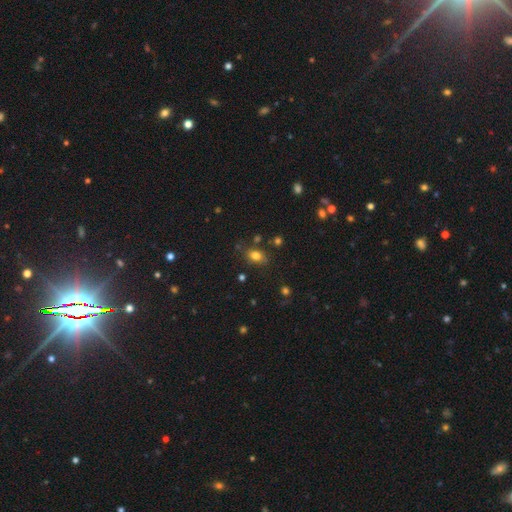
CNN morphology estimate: smooth-or-featured: smooth: 78% | star or artifact: 14% | featured or disk: 8%
  how-rounded: in between: 70% | round: 28% | cigar-shaped: 2%
  merging: none: 76% | minor disturbance: 15% | merger: 5% | major disturbance: 4%